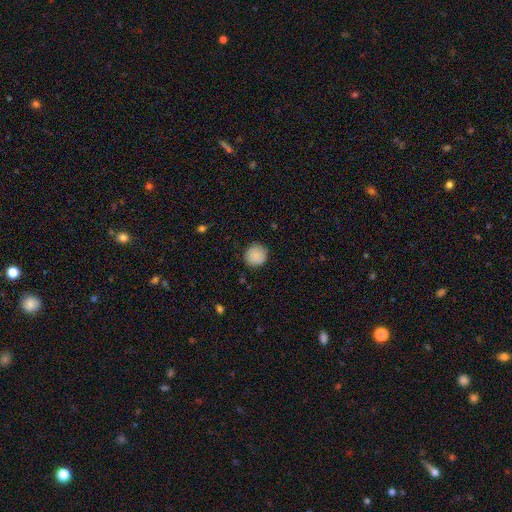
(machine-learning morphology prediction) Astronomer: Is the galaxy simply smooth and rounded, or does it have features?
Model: smooth — 89%.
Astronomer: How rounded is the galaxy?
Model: round — 92%.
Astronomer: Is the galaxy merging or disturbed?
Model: none — 88%.